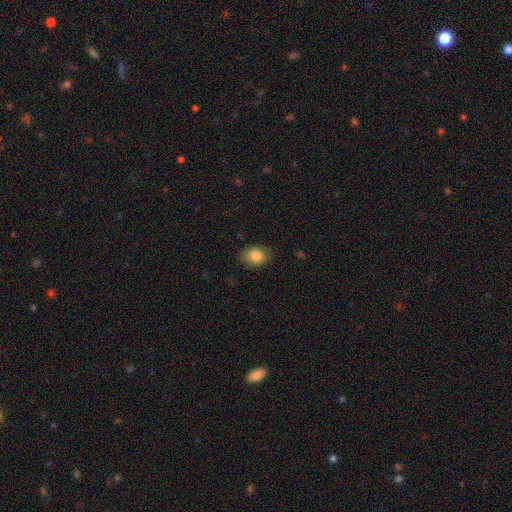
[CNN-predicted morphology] This is clearly a smooth galaxy (85%). How rounded: likely in between (66%). Merging: clearly none (80%).